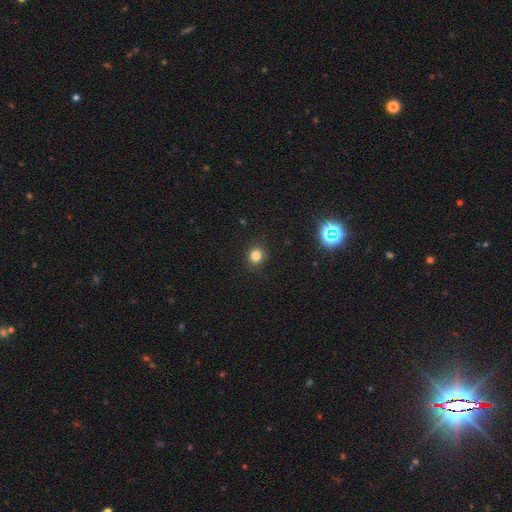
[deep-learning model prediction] Morphology: type=smooth (81%); roundness=round (81%); merging=none (90%).